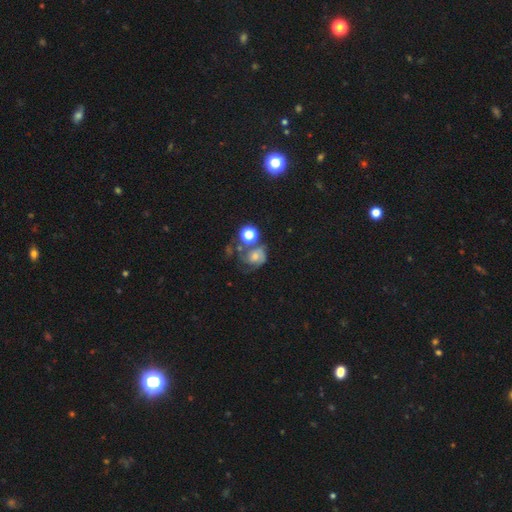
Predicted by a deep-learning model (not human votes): A featured or disk galaxy (61%) with no bar (74%), 2 (42%) medium (42%) spiral arms (87%) and a moderate central bulge (48%). Merging: none (35%).